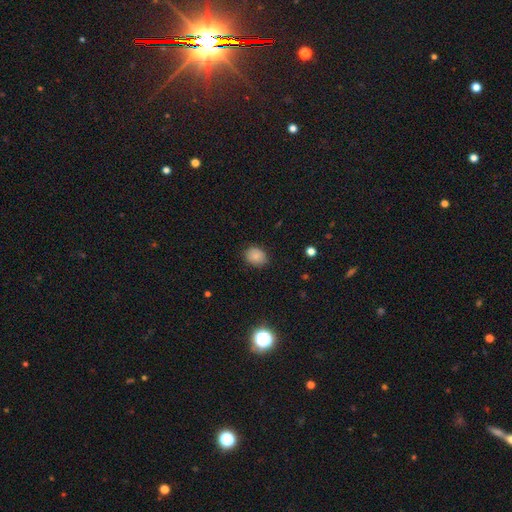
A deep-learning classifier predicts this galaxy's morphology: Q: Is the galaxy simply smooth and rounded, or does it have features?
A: smooth — 85%.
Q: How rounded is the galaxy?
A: round — 52%.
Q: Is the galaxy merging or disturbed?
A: none — 84%.